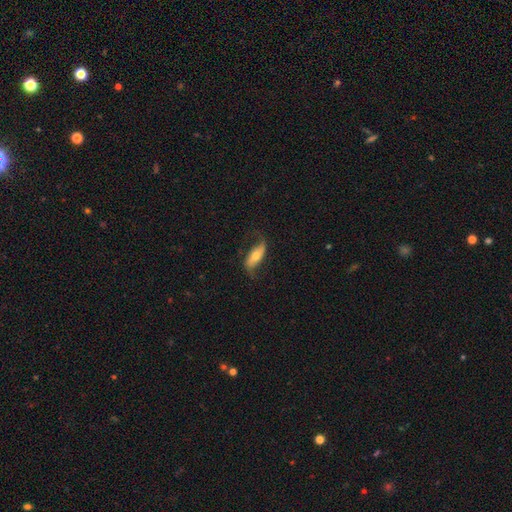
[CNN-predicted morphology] Q: Smooth or featured?
A: featured or disk (59%); runner-up: smooth (34%)
Q: Edge-on disk?
A: no (77%); runner-up: yes (23%)
Q: Merging?
A: none (69%); runner-up: minor disturbance (20%)